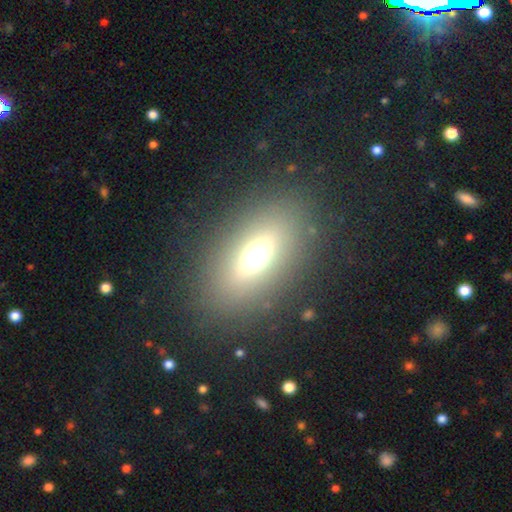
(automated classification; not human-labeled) smooth_or_featured: smooth (p=0.57) [alt: featured or disk p=0.24]
how_rounded: in between (p=0.80) [alt: round p=0.13]
merging: none (p=0.82) [alt: minor disturbance p=0.09]